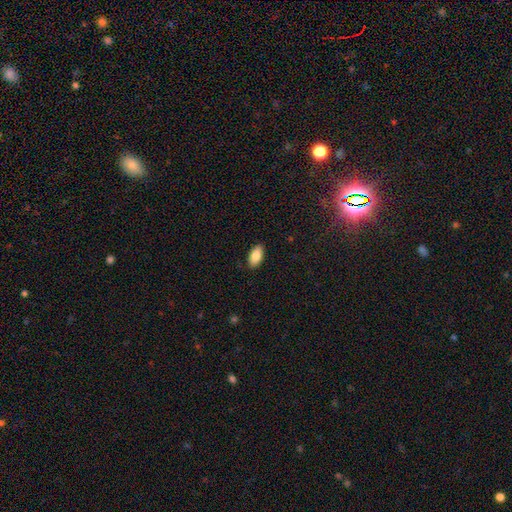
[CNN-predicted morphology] Q: Smooth or featured?
A: smooth (85%); runner-up: featured or disk (9%)
Q: How rounded?
A: in between (94%); runner-up: cigar-shaped (4%)
Q: Merging?
A: none (89%); runner-up: minor disturbance (9%)